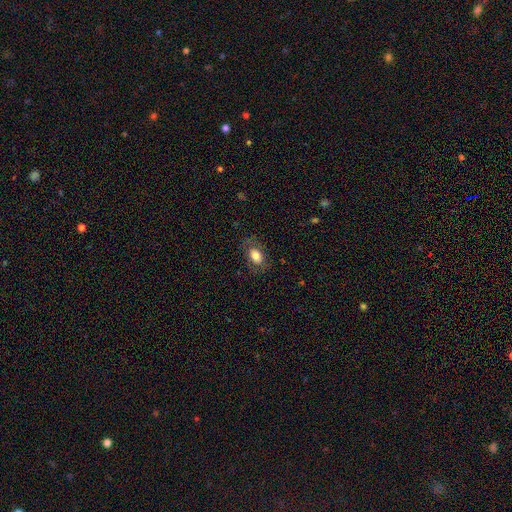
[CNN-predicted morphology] This is likely a smooth galaxy (75%). How rounded: clearly in between (84%). Merging: likely none (77%).